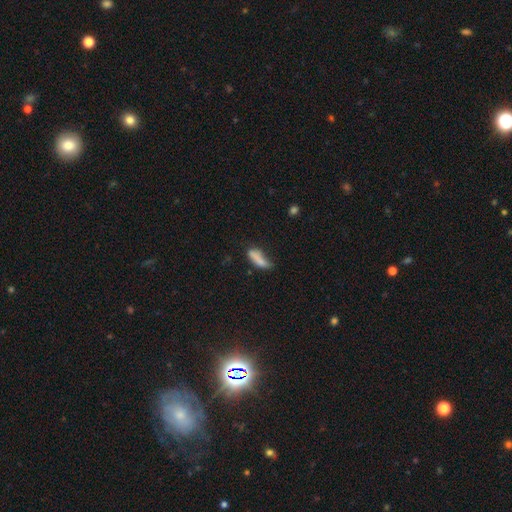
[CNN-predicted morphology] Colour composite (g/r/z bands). It shows a smooth galaxy with no disk features (77%) that is in between round and cigar-shaped (52%). Merging: none (43%).